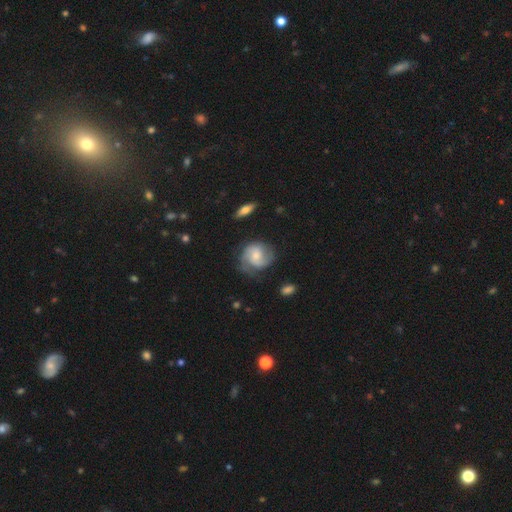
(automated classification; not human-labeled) Smooth or featured?
  - featured or disk: 72% *
  - smooth: 22%
  - star or artifact: 6%
Edge-on disk?
  - no: 98% *
  - yes: 2%
Bar?
  - no: 52% *
  - weak: 40%
  - strong: 7%
Spiral arms?
  - yes: 94% *
  - no: 6%
Spiral winding?
  - medium: 46% *
  - tight: 35%
  - loose: 20%
Spiral arm count?
  - 2: 75% *
  - can't tell: 11%
  - 1: 6%
  - 3: 5%
  - 4: 1%
  - more than 4: 1%
Bulge size?
  - small: 44% *
  - moderate: 43%
  - none: 6%
  - large: 6%
  - dominant: 1%
Merging?
  - none: 67% *
  - minor disturbance: 21%
  - major disturbance: 10%
  - merger: 2%